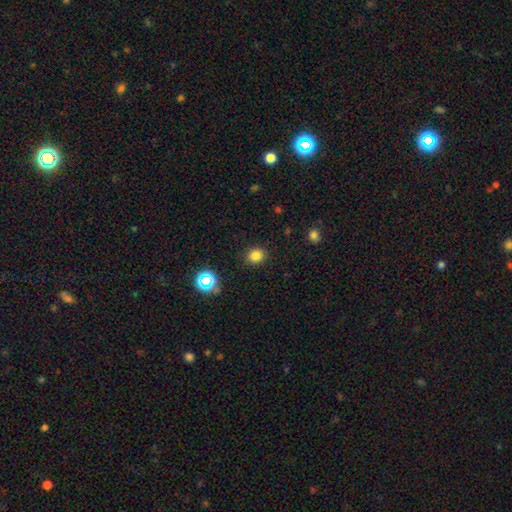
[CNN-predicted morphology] A smooth galaxy with no disk features (80%) that is round (80%). Merging: none (89%).